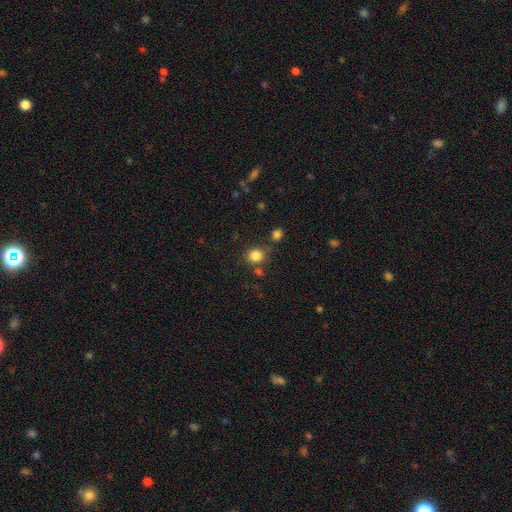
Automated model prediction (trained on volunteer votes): Smooth or featured?
  - smooth: 83% *
  - star or artifact: 12%
  - featured or disk: 5%
How rounded?
  - round: 76% *
  - in between: 23%
  - cigar-shaped: 1%
Merging?
  - none: 74% *
  - minor disturbance: 12%
  - merger: 10%
  - major disturbance: 4%